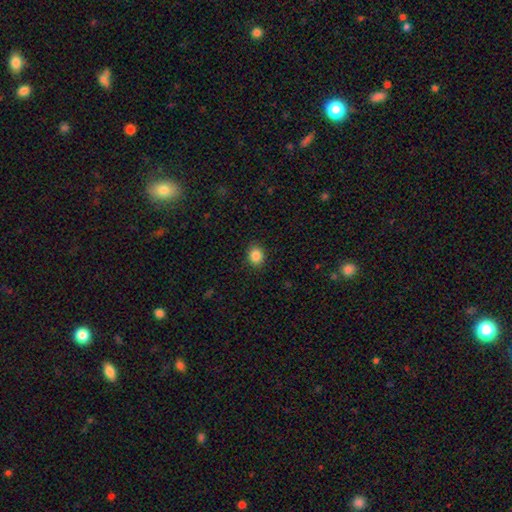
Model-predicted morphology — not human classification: smooth 87%, star or artifact 10%, featured or disk 4%. Down the decision tree: how rounded — round (61%); merging — none (89%).